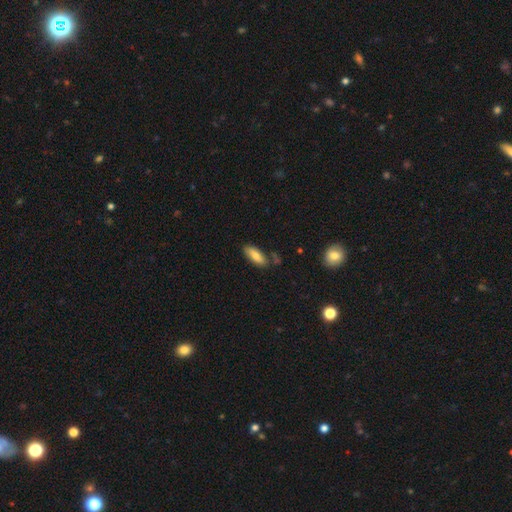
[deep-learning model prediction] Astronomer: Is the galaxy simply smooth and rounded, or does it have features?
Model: smooth — 79%.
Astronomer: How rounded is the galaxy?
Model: in between — 70%.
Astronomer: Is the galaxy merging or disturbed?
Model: none — 73%.